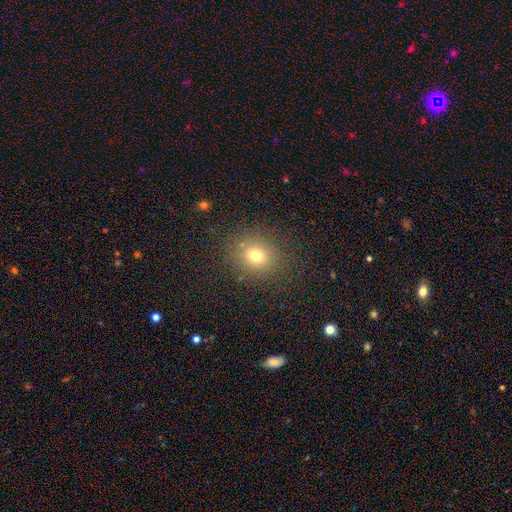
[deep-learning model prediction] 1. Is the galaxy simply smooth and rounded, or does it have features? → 72% smooth, 18% star or artifact, 10% featured or disk.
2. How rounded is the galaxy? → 78% round, 21% in between, 1% cigar-shaped.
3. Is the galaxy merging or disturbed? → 84% none, 10% minor disturbance, 5% major disturbance, 2% merger.